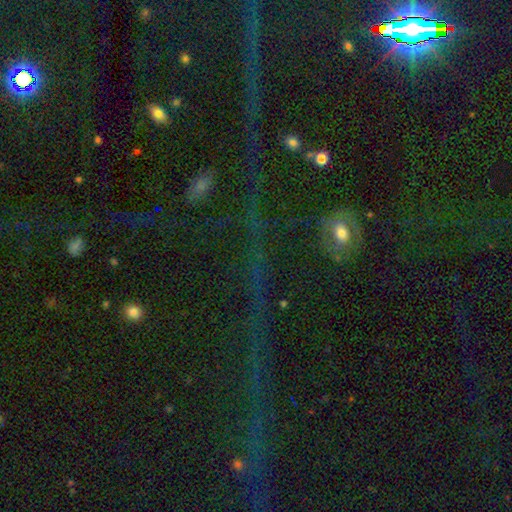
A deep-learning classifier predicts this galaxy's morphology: smooth_or_featured: star or artifact (p=0.62) [alt: smooth p=0.22]